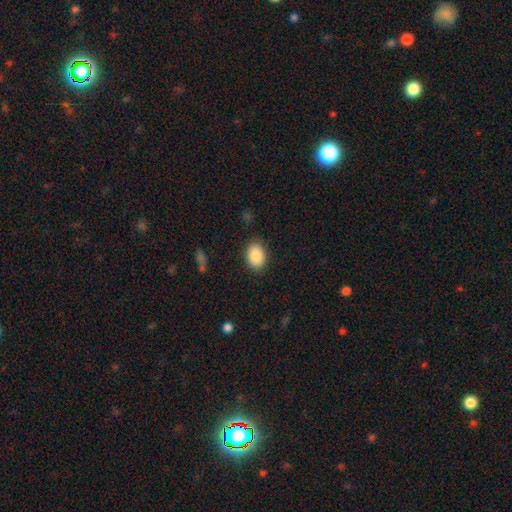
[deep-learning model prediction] Morphology: type=smooth (87%); roundness=in between (77%); merging=none (85%).